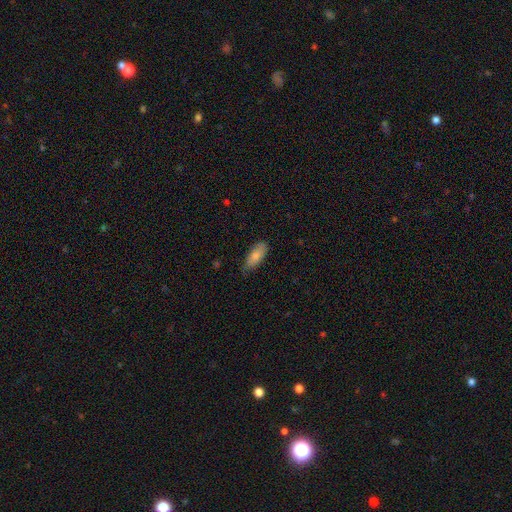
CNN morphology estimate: The model was most divided on "merging": none: 74%, minor disturbance: 22%, major disturbance: 3%, merger: 1%. More confident: how rounded — in between (80%); smooth or featured — smooth (79%).